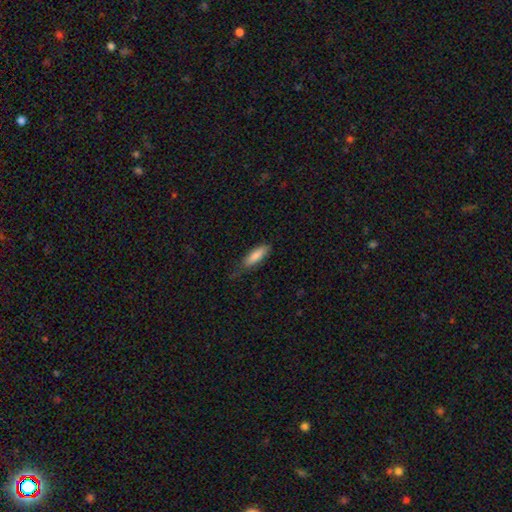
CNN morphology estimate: The model was most divided on "how rounded": cigar-shaped: 50%, in between: 48%, round: 2%. More confident: smooth or featured — smooth (84%); merging — none (71%).